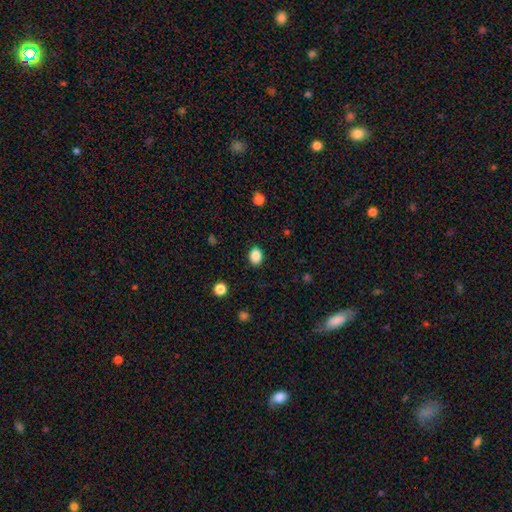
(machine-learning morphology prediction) type=smooth (87%); roundness=in between (57%); merging=none (88%).